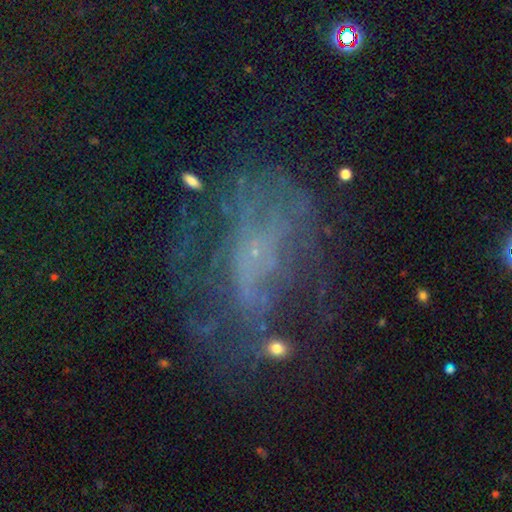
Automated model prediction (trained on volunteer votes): Smooth or featured? featured or disk (49%)
Merging? none (44%)